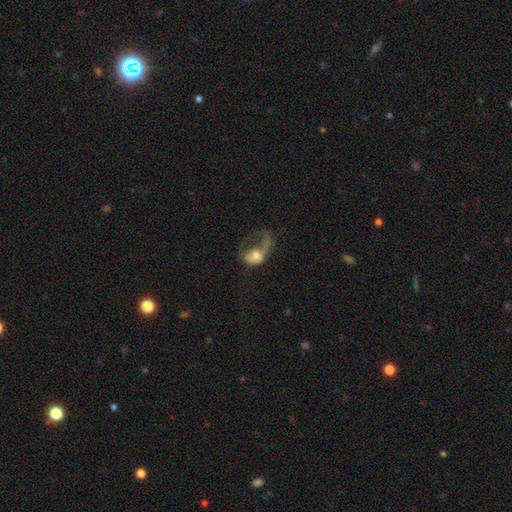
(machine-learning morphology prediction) This appears to be a smooth galaxy with no disk features (53%) that is in between round and cigar-shaped (69%). Merging: major disturbance (69%).